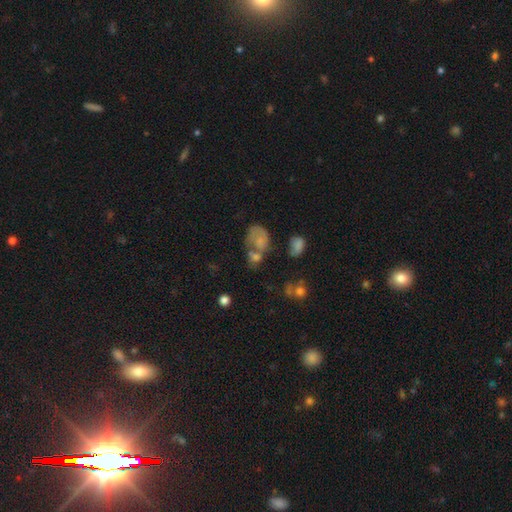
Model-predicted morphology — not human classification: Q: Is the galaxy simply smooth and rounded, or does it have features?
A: smooth — 46%.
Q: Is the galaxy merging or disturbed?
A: merger — 41%.